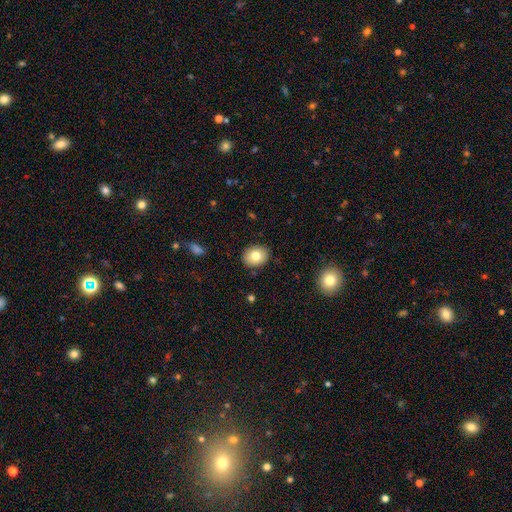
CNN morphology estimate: smooth 79%, featured or disk 12%, star or artifact 9%. Down the decision tree: how rounded — round (52%); merging — none (88%).